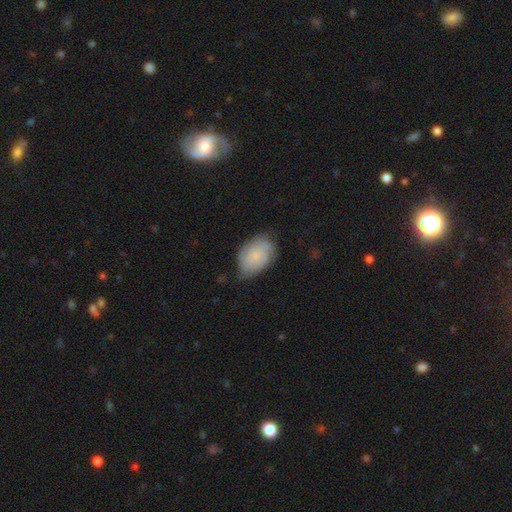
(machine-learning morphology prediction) This appears to be a featured or disk galaxy (51%). Merging: none (62%).